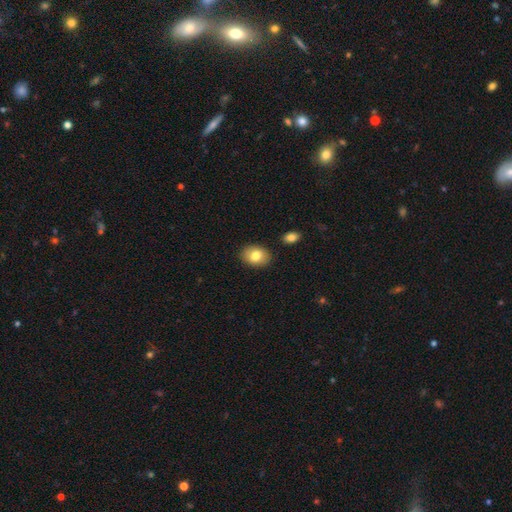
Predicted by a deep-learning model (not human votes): smooth_or_featured: smooth (p=0.79) [alt: featured or disk p=0.13]
how_rounded: in between (p=0.71) [alt: round p=0.28]
merging: none (p=0.87) [alt: minor disturbance p=0.09]